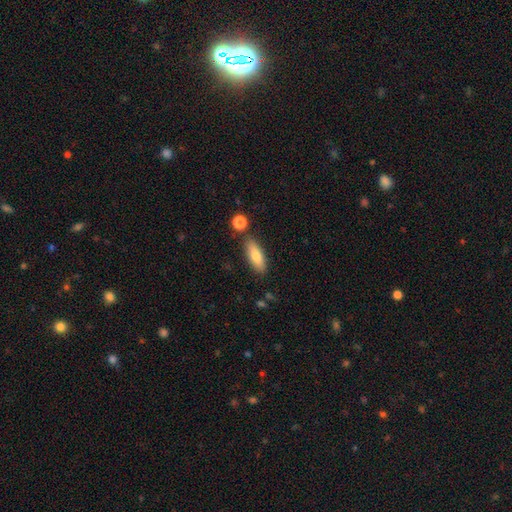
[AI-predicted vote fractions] Q: Smooth or featured?
A: smooth (78%); runner-up: featured or disk (15%)
Q: How rounded?
A: in between (66%); runner-up: cigar-shaped (32%)
Q: Merging?
A: none (82%); runner-up: minor disturbance (11%)